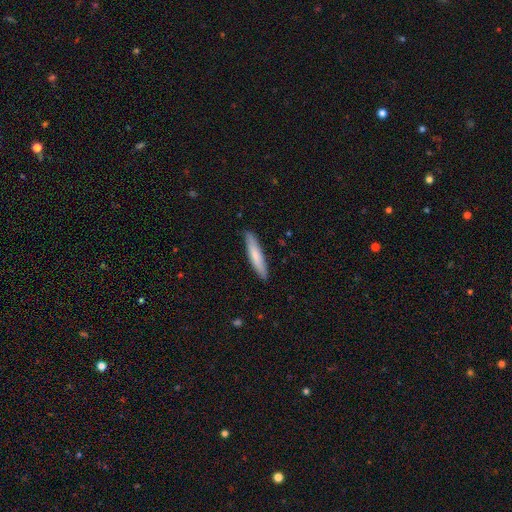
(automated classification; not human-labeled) smooth-or-featured: smooth: 74% | featured or disk: 21% | star or artifact: 5%
  how-rounded: cigar-shaped: 90% | in between: 9% | round: 1%
  merging: none: 88% | minor disturbance: 9% | major disturbance: 2% | merger: 1%